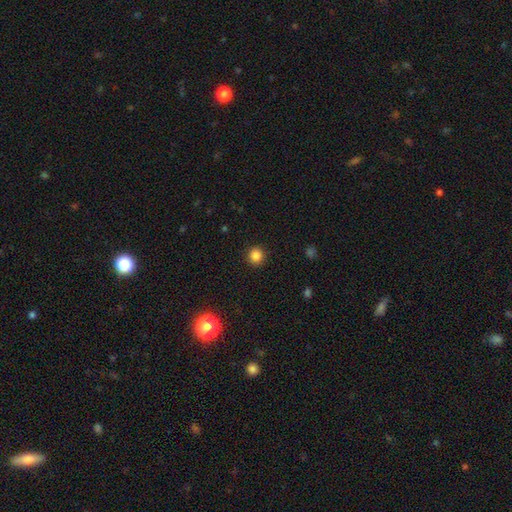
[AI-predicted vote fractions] A smooth galaxy with no disk features (85%) that is round (94%). Merging: none (92%).